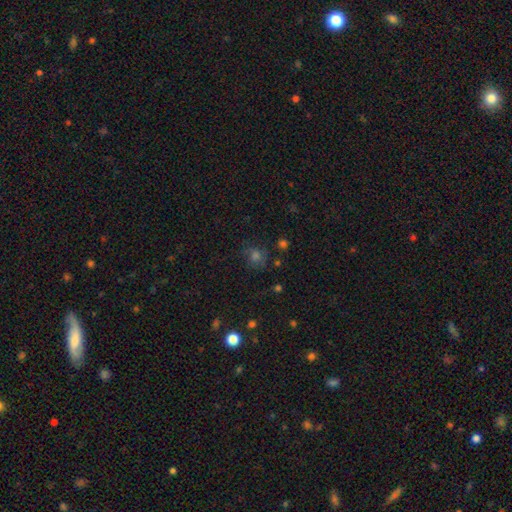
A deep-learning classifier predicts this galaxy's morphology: Smooth or featured: smooth — 53% (star or artifact — 33%)
How rounded: round — 81% (in between — 18%)
Merging: none — 73% (minor disturbance — 16%)